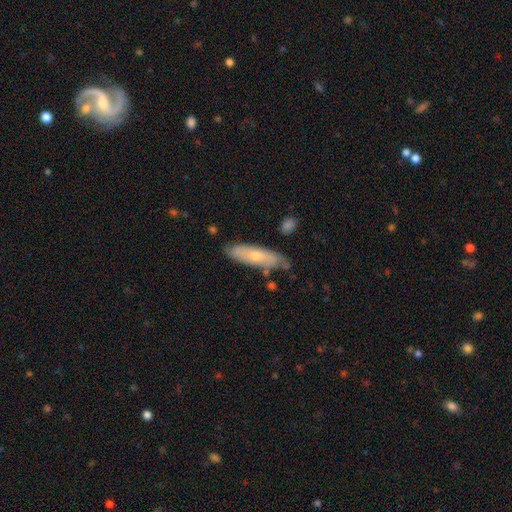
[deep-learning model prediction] Smooth or featured? smooth (53%)
How rounded? cigar-shaped (60%)
Merging? none (73%)